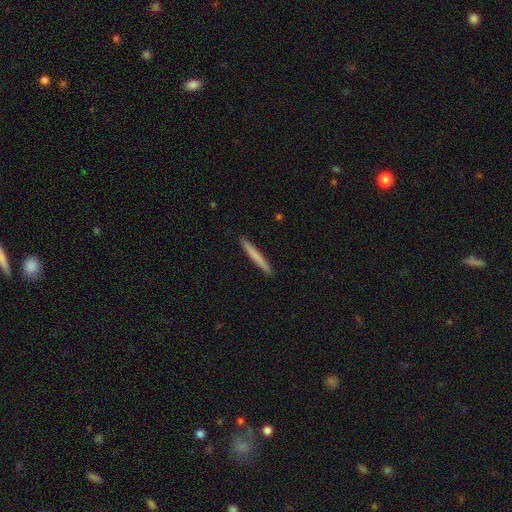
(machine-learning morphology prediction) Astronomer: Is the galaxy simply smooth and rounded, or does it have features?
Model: smooth — 73%.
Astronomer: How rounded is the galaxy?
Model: cigar-shaped — 97%.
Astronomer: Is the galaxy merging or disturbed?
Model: none — 93%.